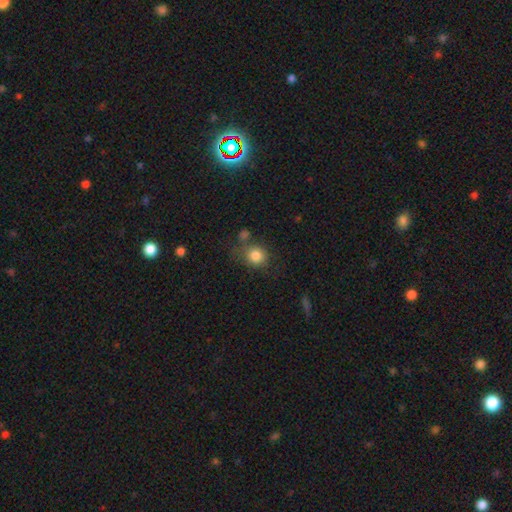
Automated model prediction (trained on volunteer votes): smooth_or_featured: smooth (p=0.83) [alt: star or artifact p=0.10]
how_rounded: round (p=0.82) [alt: in between p=0.17]
merging: none (p=0.63) [alt: minor disturbance p=0.17]